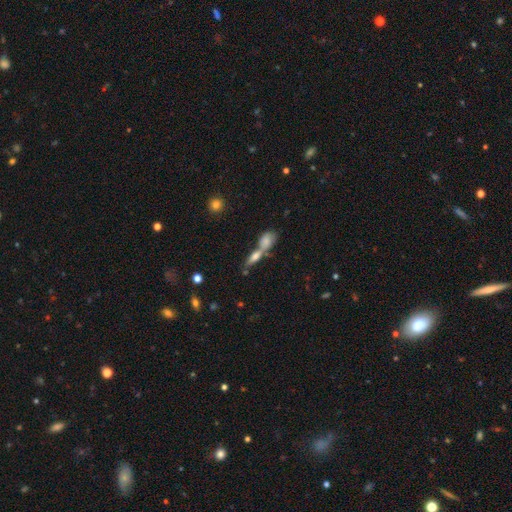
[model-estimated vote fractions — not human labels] Overall: smooth (56%; featured or disk 32%). How rounded: in between (47%; cigar-shaped 46%). Merging: merger (53%; none 35%).